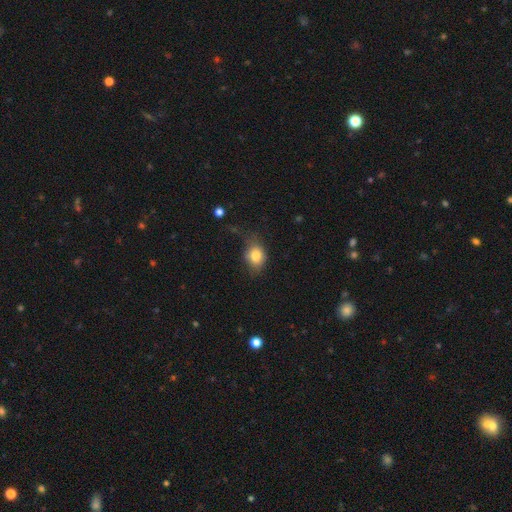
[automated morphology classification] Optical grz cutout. It shows a smooth galaxy with no disk features (80%) that is in between round and cigar-shaped (66%). Merging: none (53%).